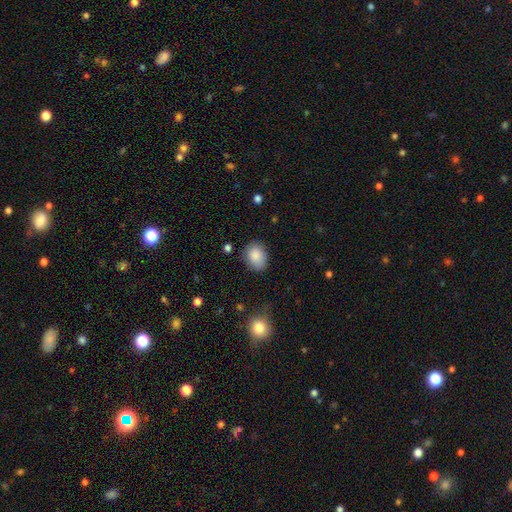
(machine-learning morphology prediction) Smooth or featured?
  - smooth: 87% *
  - star or artifact: 8%
  - featured or disk: 5%
How rounded?
  - in between: 60% *
  - round: 39%
  - cigar-shaped: 1%
Merging?
  - none: 79% *
  - minor disturbance: 16%
  - major disturbance: 4%
  - merger: 2%